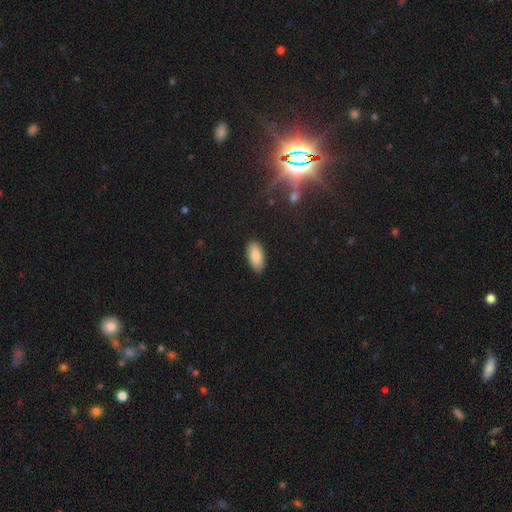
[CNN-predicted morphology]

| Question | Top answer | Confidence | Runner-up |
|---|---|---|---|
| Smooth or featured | smooth | 84% | featured or disk (9%) |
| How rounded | in between | 91% | cigar-shaped (7%) |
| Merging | none | 88% | minor disturbance (9%) |